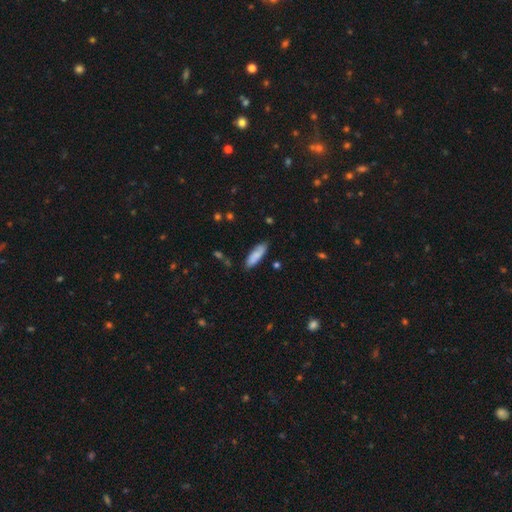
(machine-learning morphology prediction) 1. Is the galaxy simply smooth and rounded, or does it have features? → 83% smooth, 12% featured or disk, 6% star or artifact.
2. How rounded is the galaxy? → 52% in between, 47% cigar-shaped, 2% round.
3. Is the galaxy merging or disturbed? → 82% none, 13% minor disturbance, 2% major disturbance, 2% merger.